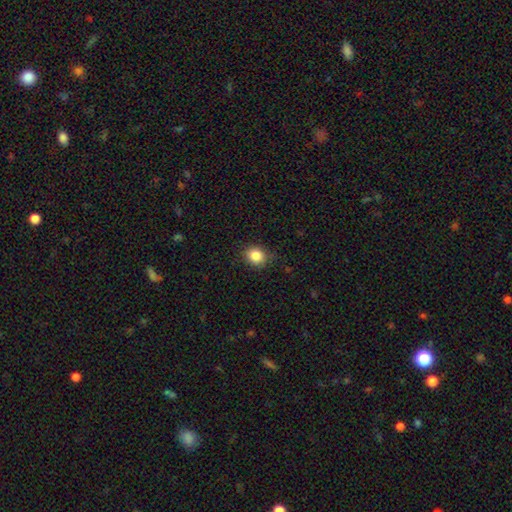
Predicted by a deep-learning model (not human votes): smooth 86%, star or artifact 10%, featured or disk 5%. Down the decision tree: how rounded — round (68%); merging — none (84%).